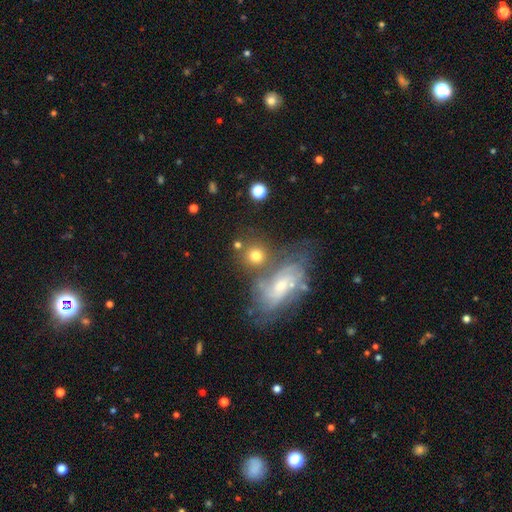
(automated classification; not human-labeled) Q: Smooth or featured?
A: smooth (64%); runner-up: featured or disk (24%)
Q: How rounded?
A: round (82%); runner-up: in between (16%)
Q: Merging?
A: none (66%); runner-up: merger (16%)